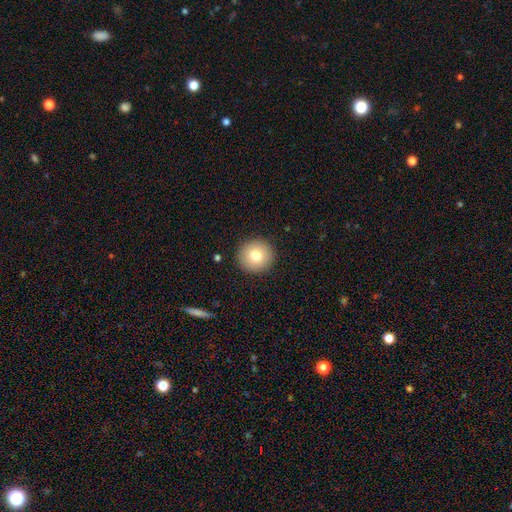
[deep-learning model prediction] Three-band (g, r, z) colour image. It shows a smooth galaxy with no disk features (76%) that is round (95%). Merging: none (91%).